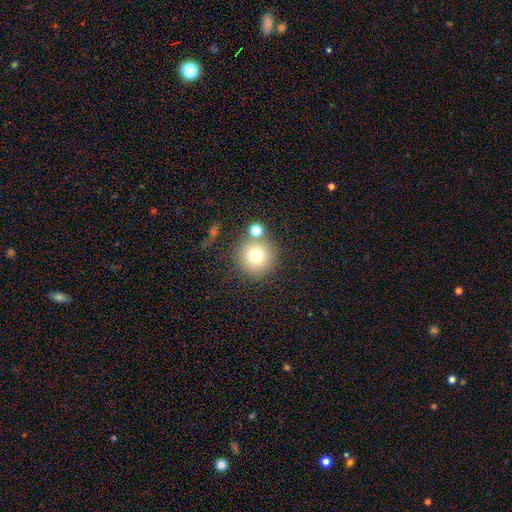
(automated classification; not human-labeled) A smooth galaxy with no disk features (76%) that is round (94%). Merging: none (68%).